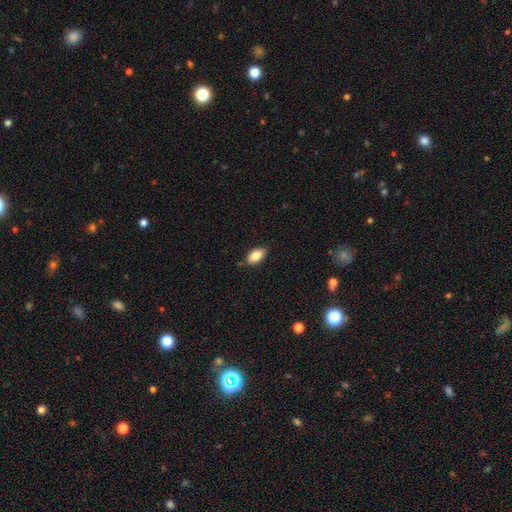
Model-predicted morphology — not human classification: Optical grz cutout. It shows a smooth galaxy with no disk features (86%) that is in between round and cigar-shaped (92%). Merging: none (83%).